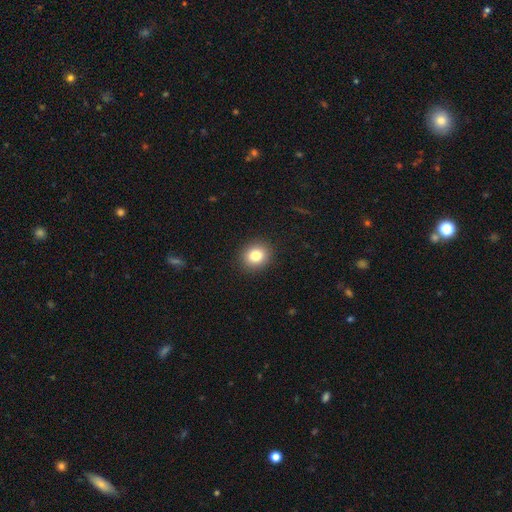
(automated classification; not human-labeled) The model was most divided on "how rounded": round: 78%, in between: 21%, cigar-shaped: 1%. More confident: merging — none (91%); smooth or featured — smooth (82%).